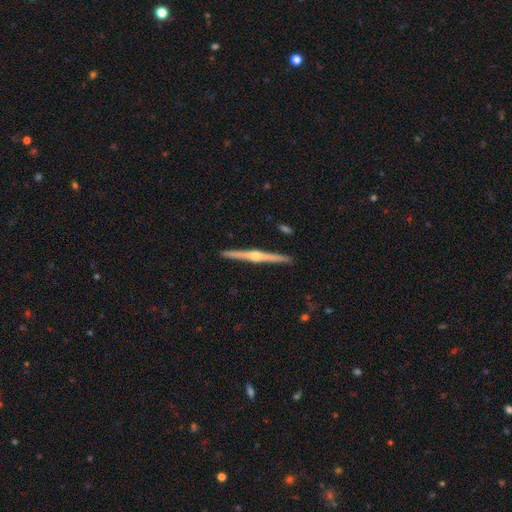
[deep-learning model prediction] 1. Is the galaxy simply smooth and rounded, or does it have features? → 83% featured or disk, 12% smooth, 5% star or artifact.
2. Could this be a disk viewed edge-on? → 99% yes, 1% no.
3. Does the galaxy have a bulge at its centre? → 93% rounded, 4% none, 3% boxy.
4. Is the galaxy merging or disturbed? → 93% none, 5% minor disturbance, 1% major disturbance, 1% merger.